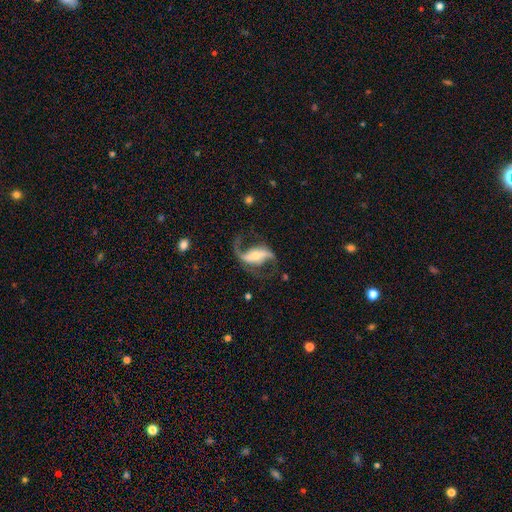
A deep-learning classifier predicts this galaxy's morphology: A featured or disk galaxy (89%) with a strong bar (50%), 2 (91%) loose (72%) spiral arms (96%) and a small central bulge (51%). Merging: none (68%).